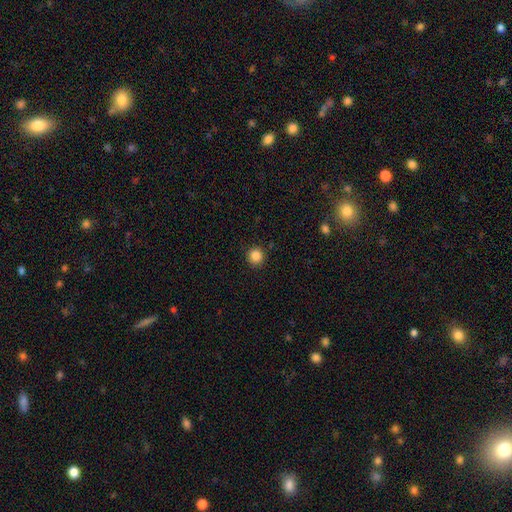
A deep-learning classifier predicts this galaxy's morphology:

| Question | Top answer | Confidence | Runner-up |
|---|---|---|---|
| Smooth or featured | smooth | 86% | star or artifact (11%) |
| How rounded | round | 93% | in between (7%) |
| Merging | none | 91% | minor disturbance (6%) |